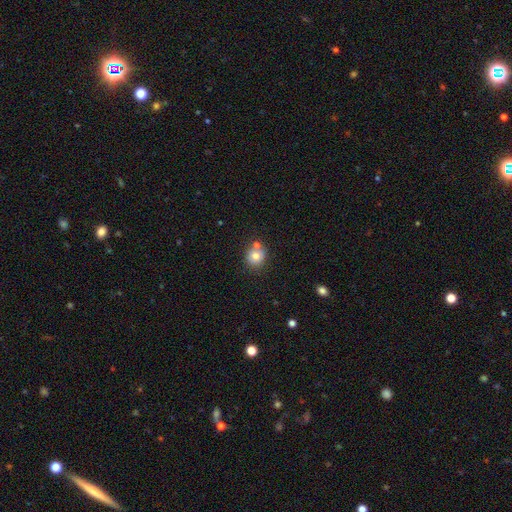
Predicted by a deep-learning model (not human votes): A smooth galaxy with no disk features (74%) that is round (83%).

Vote fractions:
- Smooth or featured? smooth: 74% / featured or disk: 15% / star or artifact: 11%
- How rounded? round: 83% / in between: 16% / cigar-shaped: 1%
- Merging? none: 62% / merger: 24% / minor disturbance: 11% / major disturbance: 3%